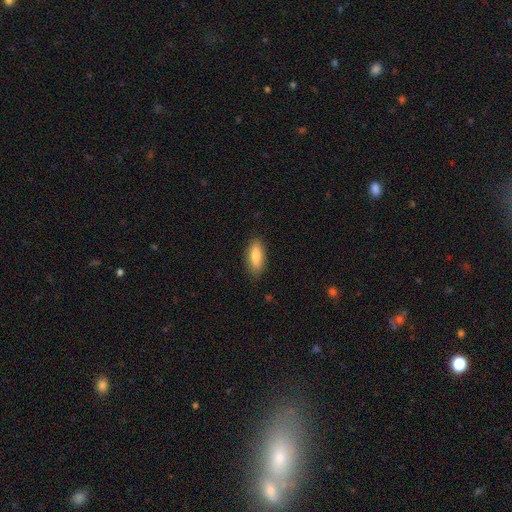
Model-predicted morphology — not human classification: Overall: smooth (82%). How rounded: in between (74%). Merging: none (86%).